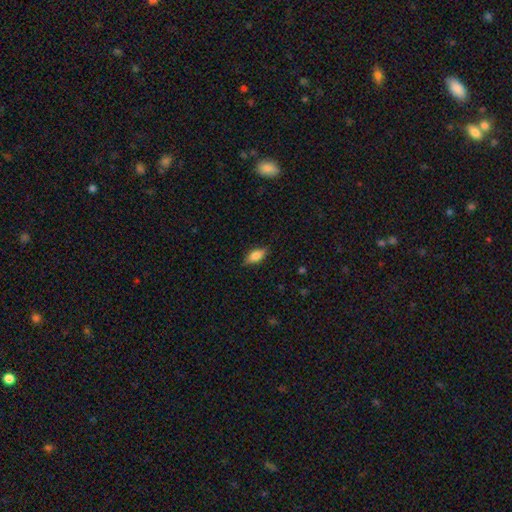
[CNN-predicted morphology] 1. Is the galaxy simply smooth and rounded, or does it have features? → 70% smooth, 22% featured or disk, 7% star or artifact.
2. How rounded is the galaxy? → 75% in between, 21% cigar-shaped, 3% round.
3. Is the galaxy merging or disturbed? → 85% none, 12% minor disturbance, 2% major disturbance, 1% merger.